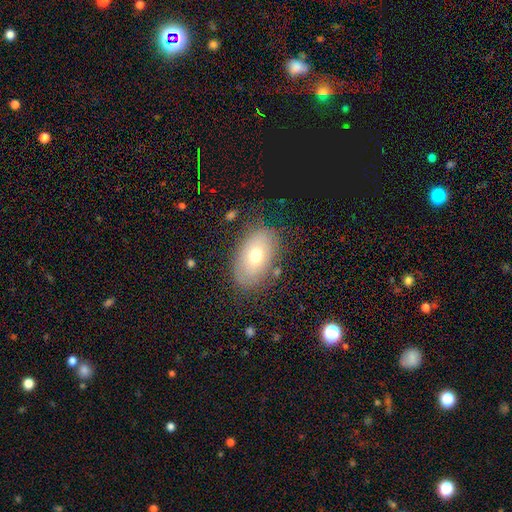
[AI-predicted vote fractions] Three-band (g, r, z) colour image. It shows a smooth galaxy with no disk features (63%) that is in between round and cigar-shaped (89%). Merging: none (78%).